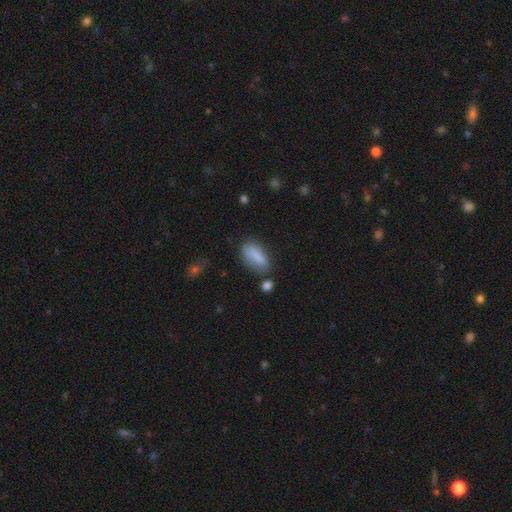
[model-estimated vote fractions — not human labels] smooth_or_featured: smooth (p=0.83) [alt: featured or disk p=0.10]
how_rounded: in between (p=0.76) [alt: cigar-shaped p=0.20]
merging: none (p=0.65) [alt: minor disturbance p=0.21]